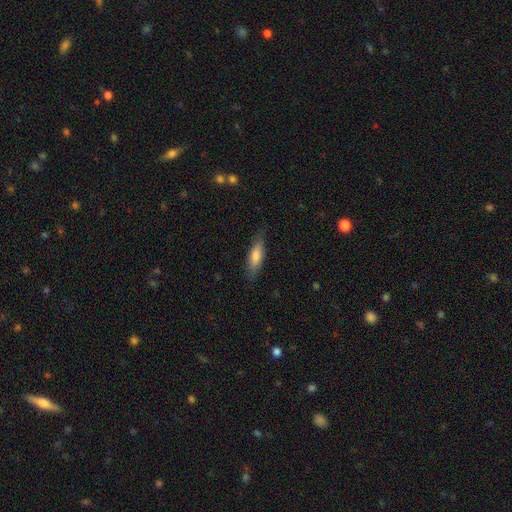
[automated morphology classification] smooth-or-featured: smooth: 74% | featured or disk: 20% | star or artifact: 6%
  how-rounded: cigar-shaped: 53% | in between: 45% | round: 2%
  merging: none: 80% | minor disturbance: 16% | major disturbance: 4% | merger: 1%